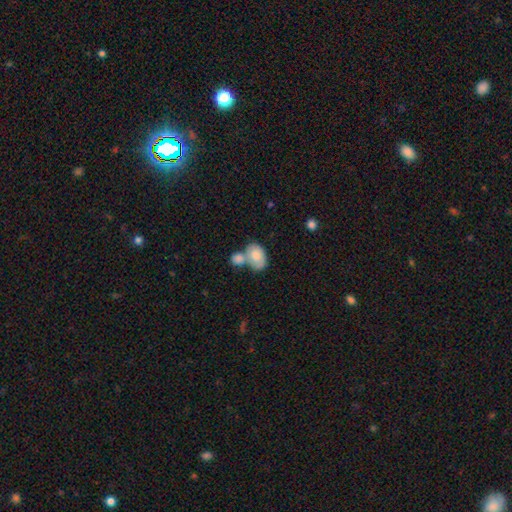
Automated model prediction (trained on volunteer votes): smooth 80%, featured or disk 13%, star or artifact 6%. Down the decision tree: how rounded — in between (84%); merging — merger (54%).